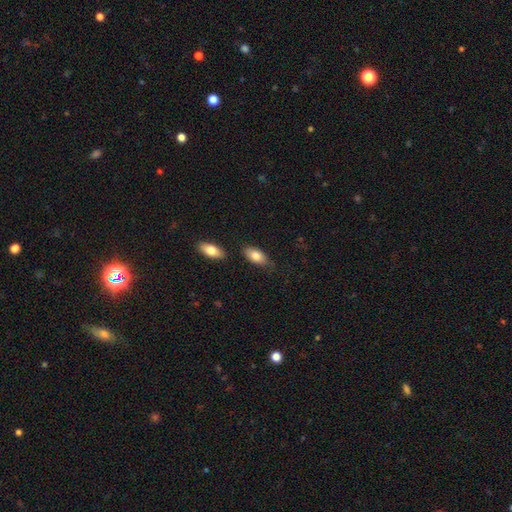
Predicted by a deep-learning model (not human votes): smooth_or_featured: smooth (p=0.82) [alt: featured or disk p=0.12]
how_rounded: in between (p=0.91) [alt: cigar-shaped p=0.06]
merging: none (p=0.74) [alt: minor disturbance p=0.16]